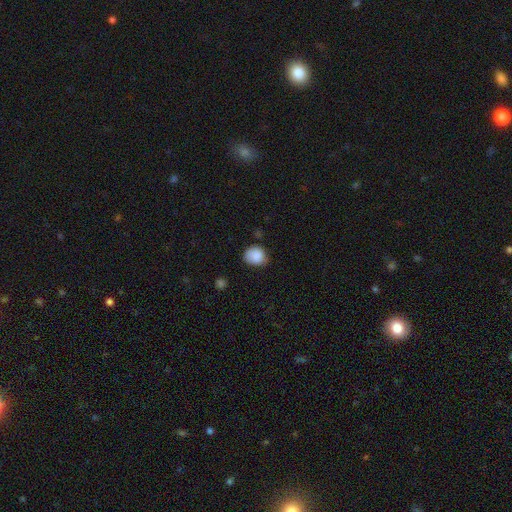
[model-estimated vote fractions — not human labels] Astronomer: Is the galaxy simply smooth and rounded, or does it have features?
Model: smooth — 87%.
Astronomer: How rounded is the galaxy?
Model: round — 68%.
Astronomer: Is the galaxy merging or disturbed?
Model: none — 66%.